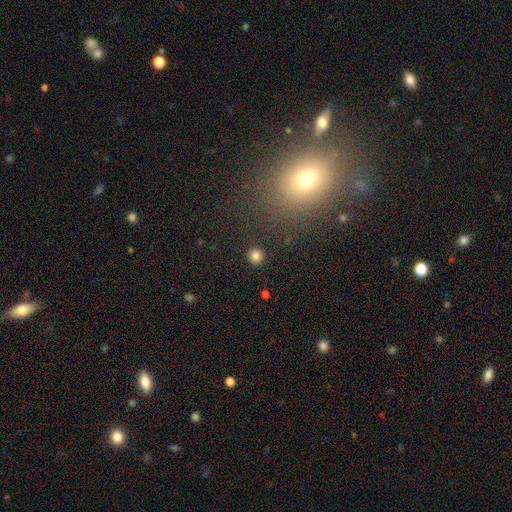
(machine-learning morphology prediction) Smooth or featured? smooth (82%)
How rounded? round (95%)
Merging? none (91%)